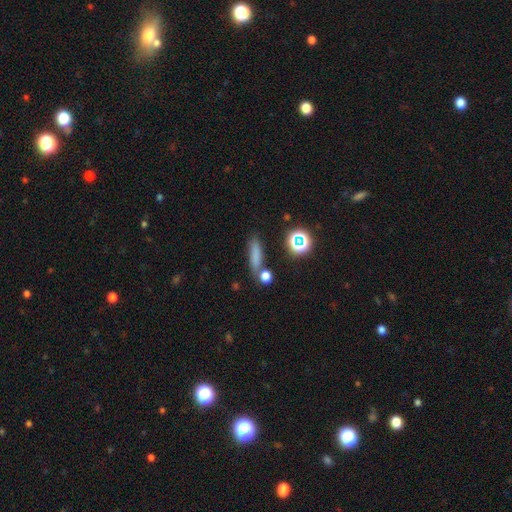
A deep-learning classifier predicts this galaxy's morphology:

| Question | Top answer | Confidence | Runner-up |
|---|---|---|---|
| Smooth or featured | smooth | 74% | star or artifact (16%) |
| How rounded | cigar-shaped | 64% | in between (27%) |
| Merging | none | 72% | minor disturbance (12%) |